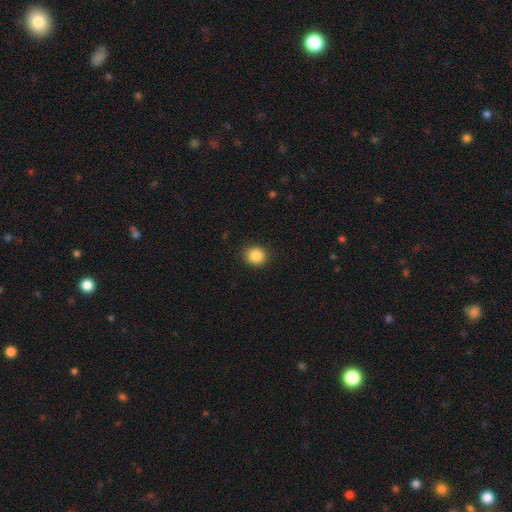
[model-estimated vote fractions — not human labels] Smooth or featured: smooth — 87% (star or artifact — 9%)
How rounded: round — 79% (in between — 21%)
Merging: none — 90% (minor disturbance — 7%)